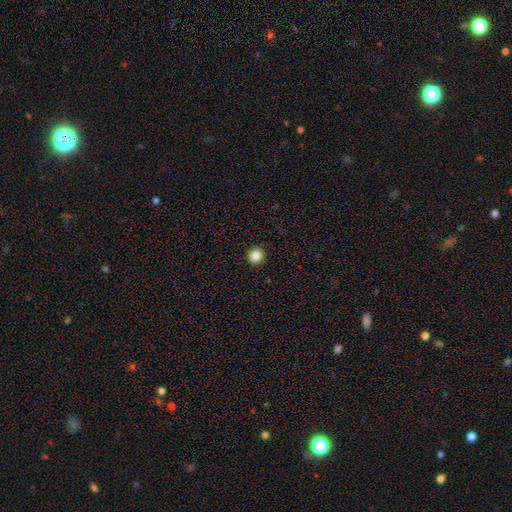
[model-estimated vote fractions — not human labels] smooth 85%, star or artifact 11%, featured or disk 4%. Down the decision tree: how rounded — round (94%); merging — none (92%).